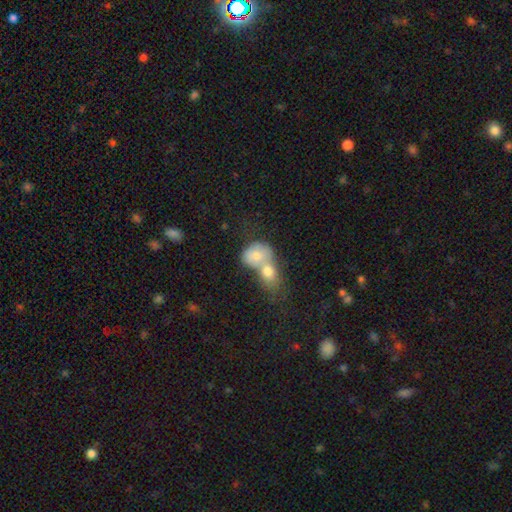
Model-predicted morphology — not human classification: The model was most divided on "how rounded": round: 53%, in between: 46%, cigar-shaped: 2%. More confident: merging — merger (74%); smooth or featured — smooth (71%).